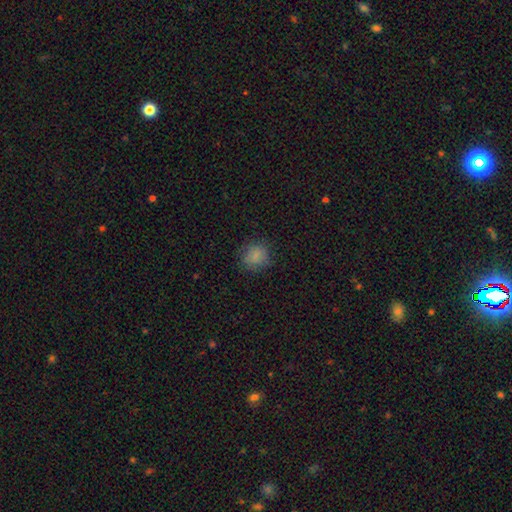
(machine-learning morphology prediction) A smooth galaxy with no disk features (80%) that is round (78%).

Vote fractions:
- Smooth or featured? smooth: 80% / star or artifact: 12% / featured or disk: 8%
- How rounded? round: 78% / in between: 21% / cigar-shaped: 1%
- Merging? none: 79% / minor disturbance: 15% / major disturbance: 5% / merger: 1%